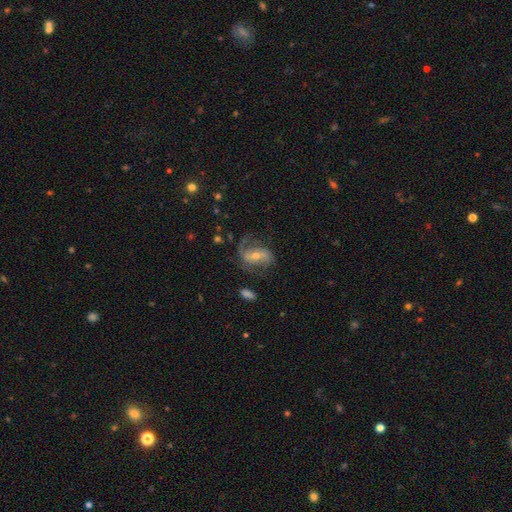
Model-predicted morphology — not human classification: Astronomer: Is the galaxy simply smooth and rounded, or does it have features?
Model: featured or disk — 78%.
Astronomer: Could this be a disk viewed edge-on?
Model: no — 95%.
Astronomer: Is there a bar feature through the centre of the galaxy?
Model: strong — 37% (runner-up: weak, 35%).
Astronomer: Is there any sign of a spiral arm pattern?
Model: yes — 91%.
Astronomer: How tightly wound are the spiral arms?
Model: loose — 44% (runner-up: medium, 40%).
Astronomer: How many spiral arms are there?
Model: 2 — 74%.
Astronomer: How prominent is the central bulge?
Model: small — 51% (runner-up: moderate, 45%).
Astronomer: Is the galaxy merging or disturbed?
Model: none — 59%.